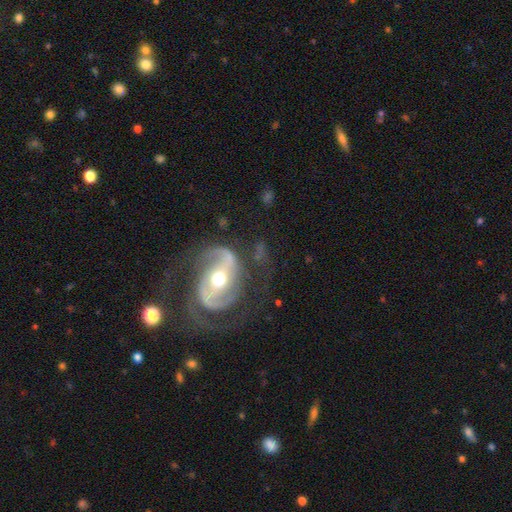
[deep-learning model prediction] Smooth or featured? featured or disk (89%)
Edge-on disk? no (97%)
Bar? no (43%)
Spiral arms? yes (95%)
Spiral winding? medium (51%)
Spiral arm count? 2 (84%)
Bulge size? moderate (62%)
Merging? none (68%)